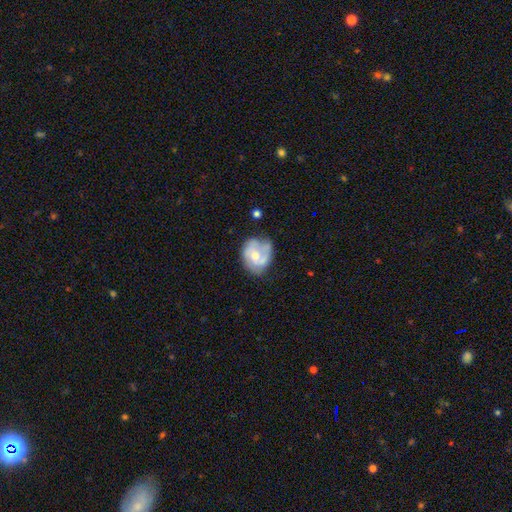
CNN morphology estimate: A featured or disk galaxy (67%) with no bar (63%), 2 (53%) medium (42%) spiral arms (80%) and a moderate central bulge (65%). Merging: none (53%).